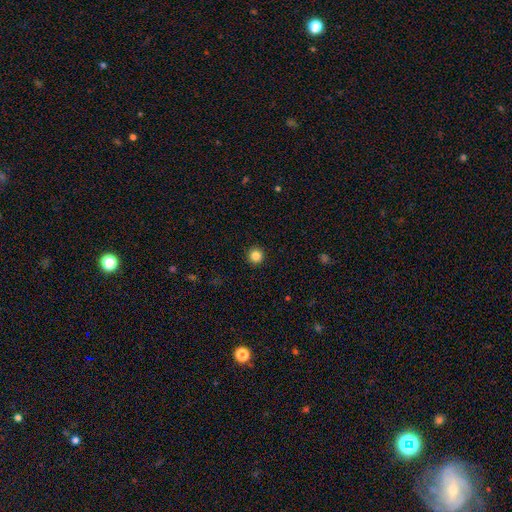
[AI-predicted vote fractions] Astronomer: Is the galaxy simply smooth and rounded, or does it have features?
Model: smooth — 85%.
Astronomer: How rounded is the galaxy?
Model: round — 96%.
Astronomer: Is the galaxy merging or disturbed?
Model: none — 93%.